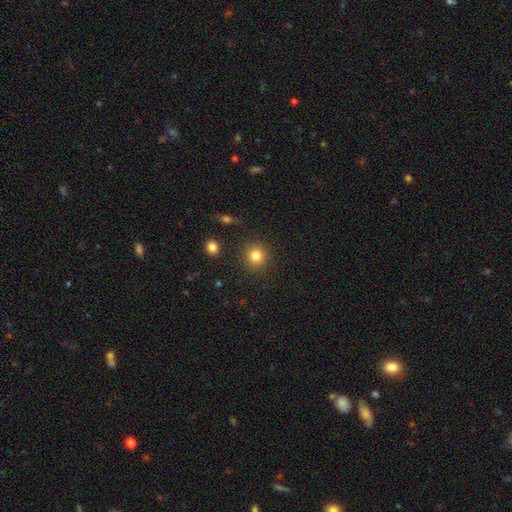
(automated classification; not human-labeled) Smooth or featured?
  - smooth: 83% *
  - star or artifact: 11%
  - featured or disk: 6%
How rounded?
  - round: 90% *
  - in between: 9%
  - cigar-shaped: 1%
Merging?
  - none: 88% *
  - minor disturbance: 7%
  - major disturbance: 3%
  - merger: 2%